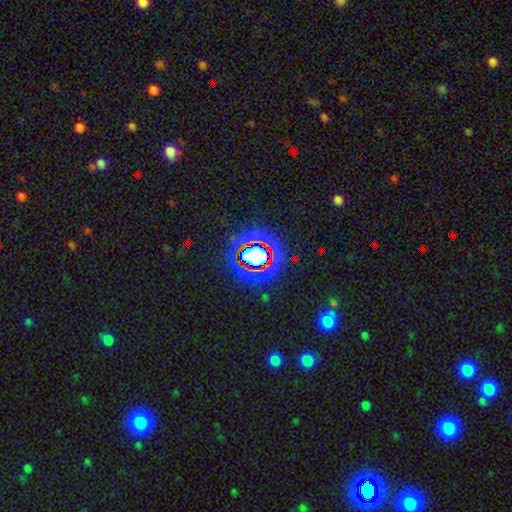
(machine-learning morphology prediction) A star or artifact, not a galaxy (69%).